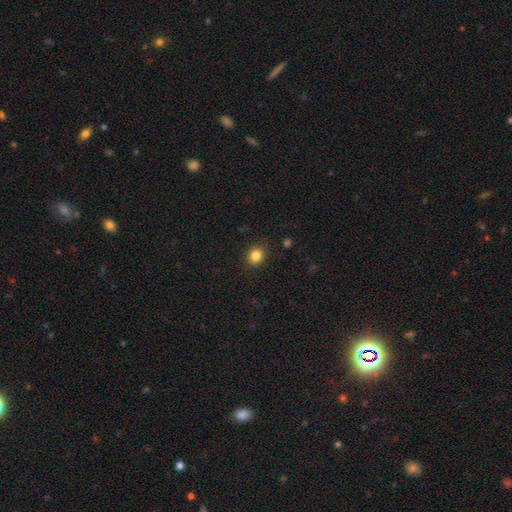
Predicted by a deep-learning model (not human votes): The model was most divided on "how rounded": round: 72%, in between: 27%, cigar-shaped: 1%. More confident: merging — none (89%); smooth or featured — smooth (84%).